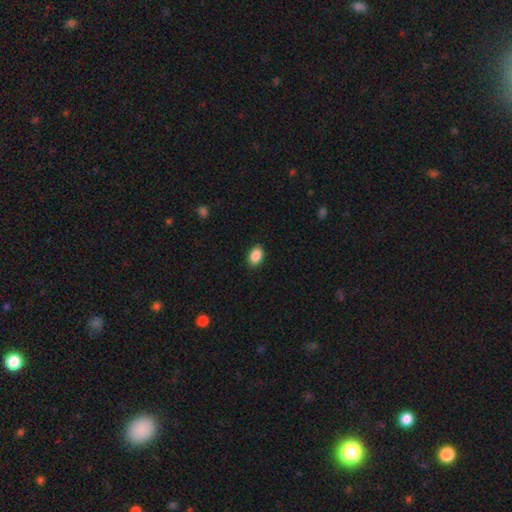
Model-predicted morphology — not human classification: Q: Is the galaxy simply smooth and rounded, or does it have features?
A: smooth — 89%.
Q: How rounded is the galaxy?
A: in between — 85%.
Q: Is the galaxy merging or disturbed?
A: none — 90%.